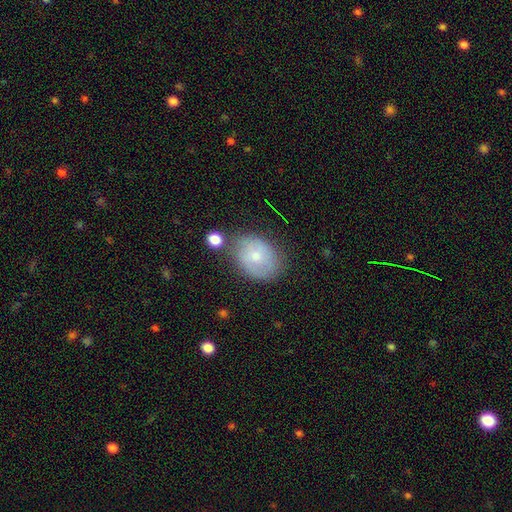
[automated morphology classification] This is possibly a smooth galaxy (53%). How rounded: likely in between (62%). Merging: likely none (64%).